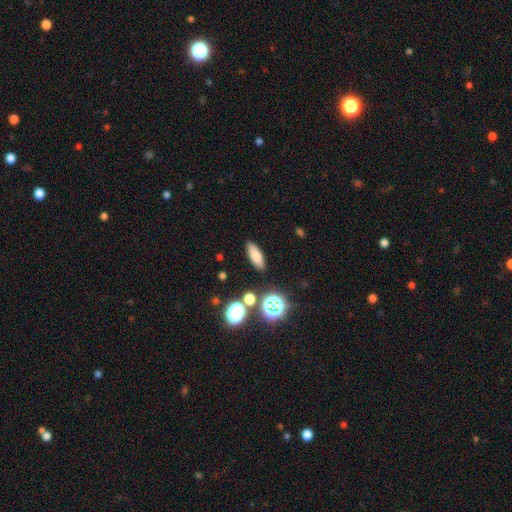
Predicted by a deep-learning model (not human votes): This is likely a smooth galaxy (78%). How rounded: likely in between (61%). Merging: clearly none (88%).